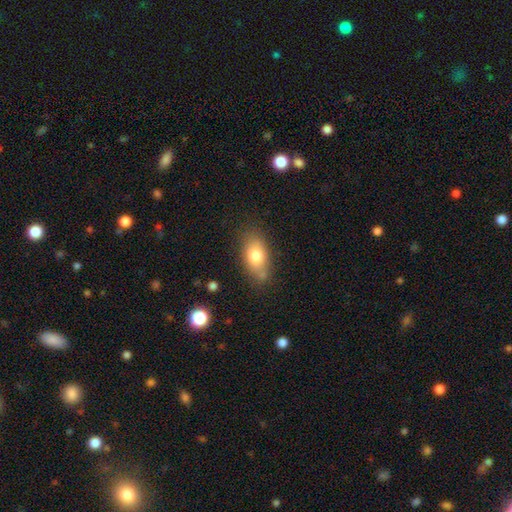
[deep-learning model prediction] Smooth or featured: smooth — 77% (featured or disk — 15%)
How rounded: in between — 88% (round — 8%)
Merging: none — 71% (minor disturbance — 19%)